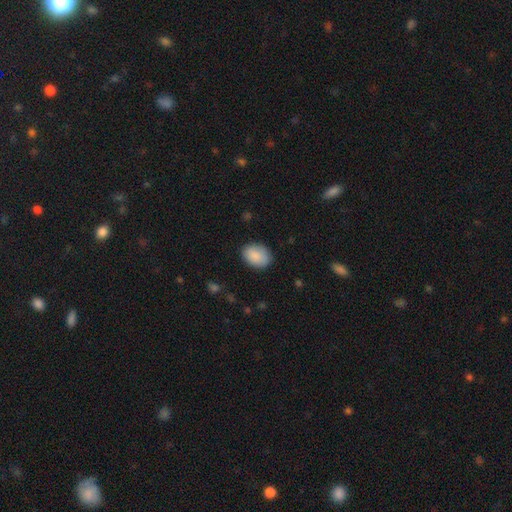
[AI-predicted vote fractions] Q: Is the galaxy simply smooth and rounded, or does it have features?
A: smooth — 89%.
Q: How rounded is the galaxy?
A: in between — 75%.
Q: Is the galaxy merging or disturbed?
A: none — 84%.